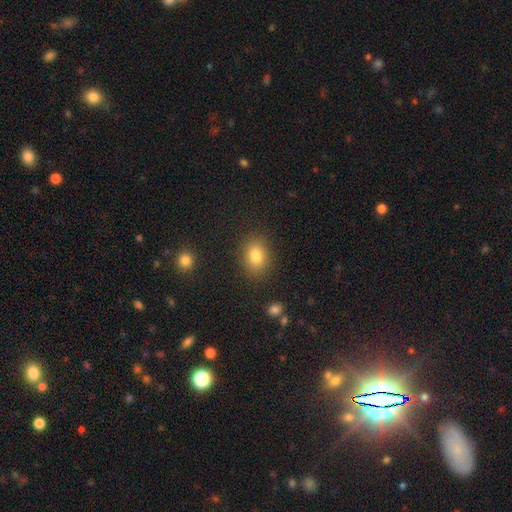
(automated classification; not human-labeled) Smooth or featured? Predicted: smooth (p=0.82). How rounded? Predicted: in between (p=0.61). Merging? Predicted: none (p=0.86).